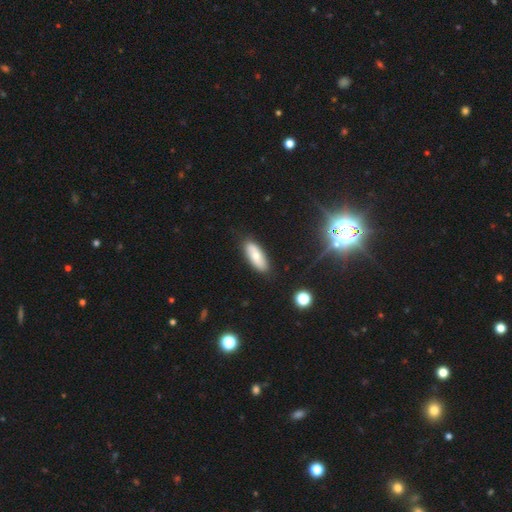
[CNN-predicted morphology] smooth 68%, featured or disk 25%, star or artifact 8%. Down the decision tree: how rounded — in between (71%); merging — none (85%).